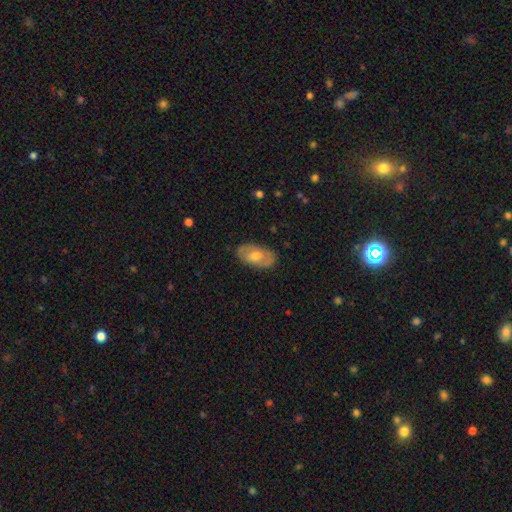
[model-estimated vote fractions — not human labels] The model was most divided on "smooth or featured": smooth: 52%, featured or disk: 41%, star or artifact: 7%. More confident: how rounded — in between (92%); merging — none (83%).